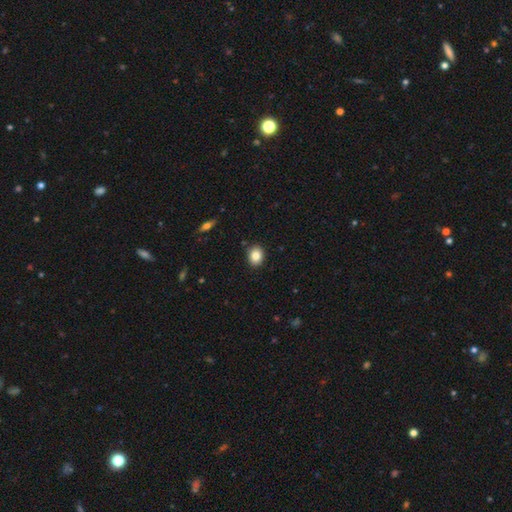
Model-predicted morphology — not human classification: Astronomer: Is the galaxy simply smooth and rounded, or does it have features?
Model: smooth — 84%.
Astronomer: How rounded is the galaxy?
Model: round — 51% (runner-up: in between, 48%).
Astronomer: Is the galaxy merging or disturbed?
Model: none — 89%.